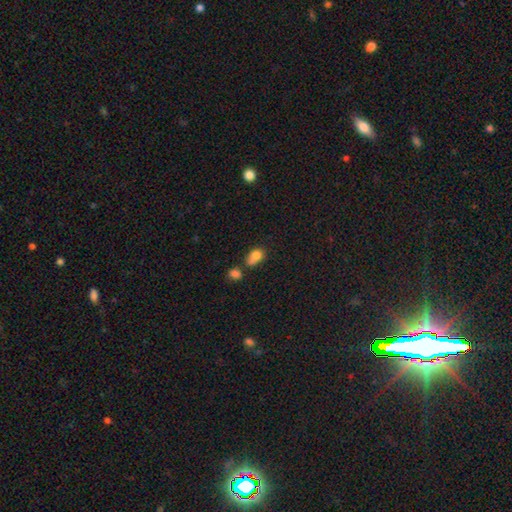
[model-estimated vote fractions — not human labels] Morphology: type=smooth (79%); roundness=in between (60%); merging=merger (42%).